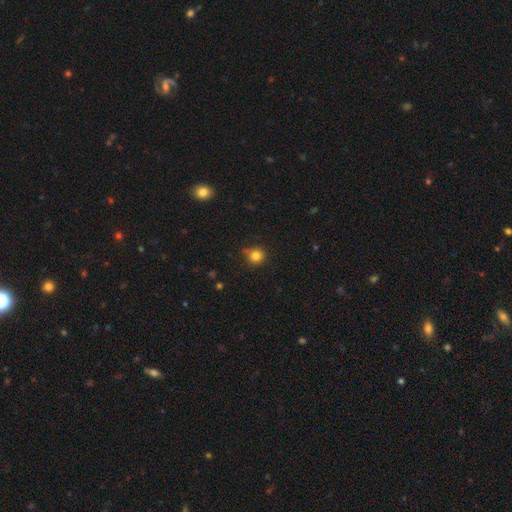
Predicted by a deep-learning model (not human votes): This appears to be a smooth galaxy with no disk features (82%) that is round (91%). Merging: none (79%).